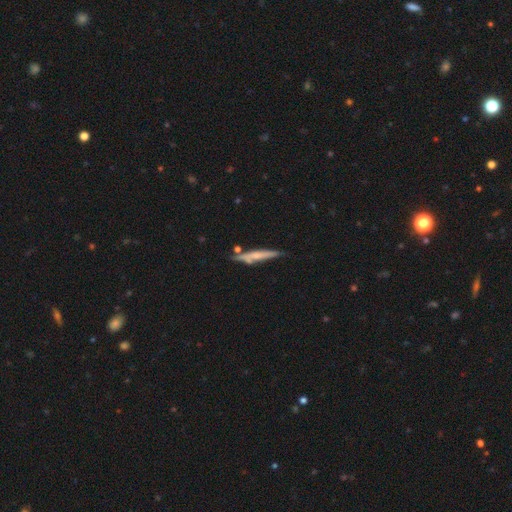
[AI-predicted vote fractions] This is possibly a featured or disk galaxy (48%). Merging: likely none (68%).